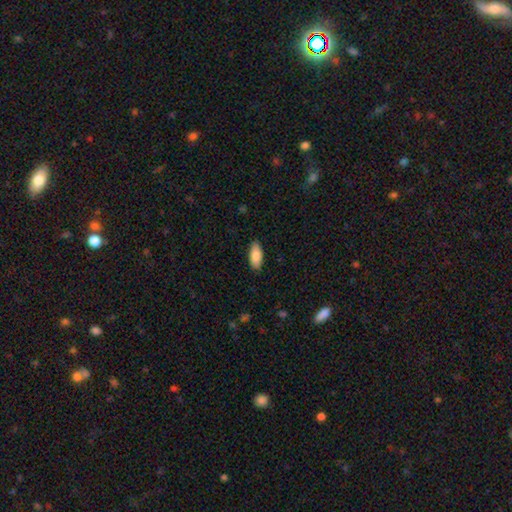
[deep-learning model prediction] This appears to be a smooth galaxy with no disk features (84%) that is in between round and cigar-shaped (84%). Merging: none (88%).